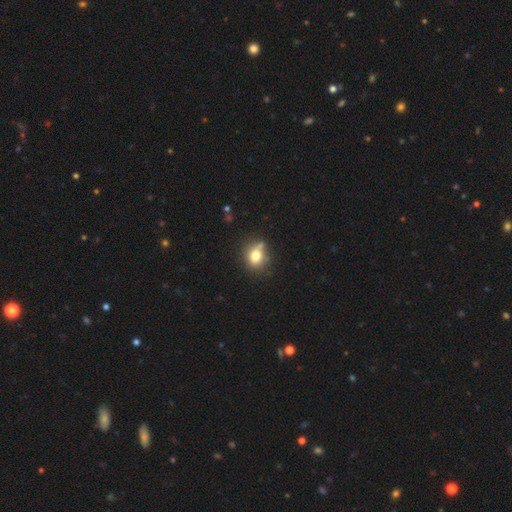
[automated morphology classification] smooth_or_featured: smooth (p=0.76) [alt: featured or disk p=0.12]
how_rounded: round (p=0.62) [alt: in between p=0.36]
merging: none (p=0.60) [alt: minor disturbance p=0.22]